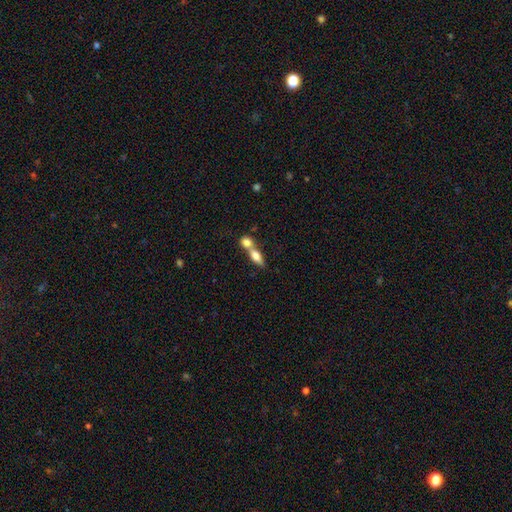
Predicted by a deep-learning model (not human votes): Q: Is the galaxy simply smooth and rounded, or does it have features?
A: smooth — 70%.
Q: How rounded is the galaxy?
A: in between — 63%.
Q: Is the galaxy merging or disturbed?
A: merger — 63%.